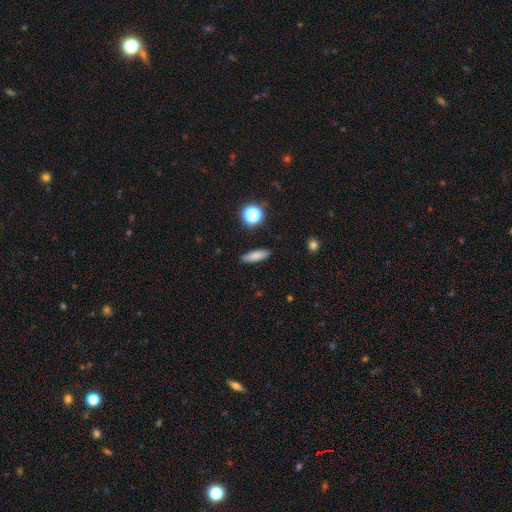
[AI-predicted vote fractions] Smooth or featured? smooth (82%)
How rounded? in between (50%)
Merging? none (88%)